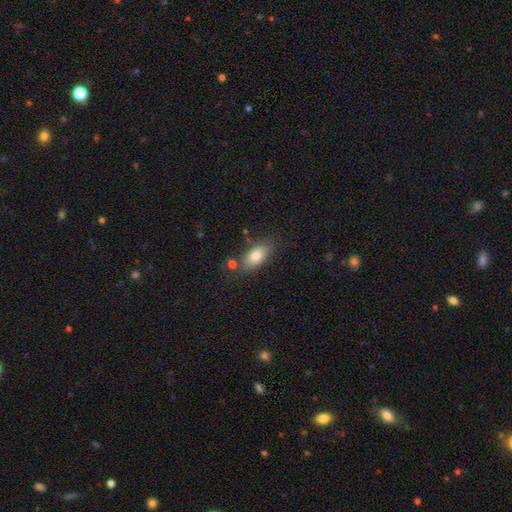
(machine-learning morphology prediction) Smooth or featured? Predicted: smooth (p=0.80). How rounded? Predicted: in between (p=0.87). Merging? Predicted: none (p=0.75).